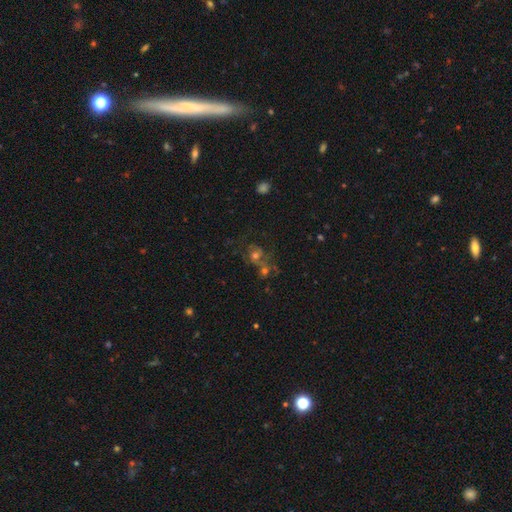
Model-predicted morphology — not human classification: smooth_or_featured: smooth (p=0.35) [tied with: featured or disk p=0.35]
merging: none (p=0.42) [alt: merger p=0.33]